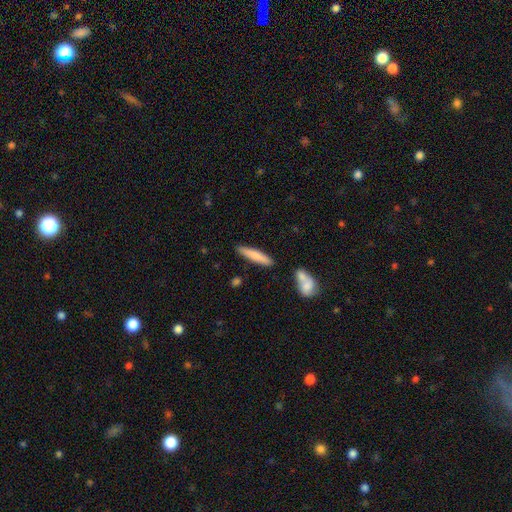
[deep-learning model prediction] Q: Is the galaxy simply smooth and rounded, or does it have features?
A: smooth — 75%.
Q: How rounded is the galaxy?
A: cigar-shaped — 85%.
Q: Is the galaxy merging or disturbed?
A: none — 83%.